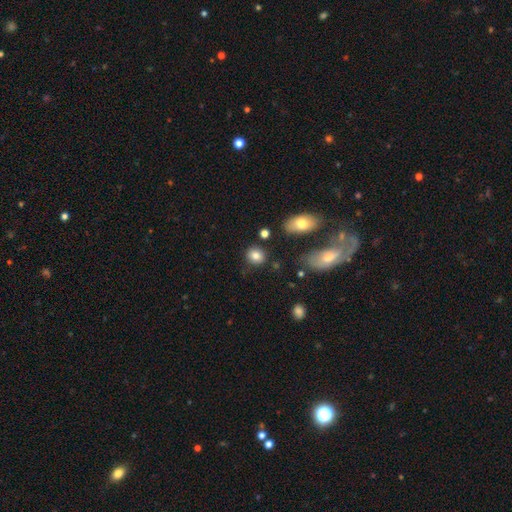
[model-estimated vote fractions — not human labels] This appears to be a smooth galaxy with no disk features (83%) that is round (77%). Merging: none (82%).